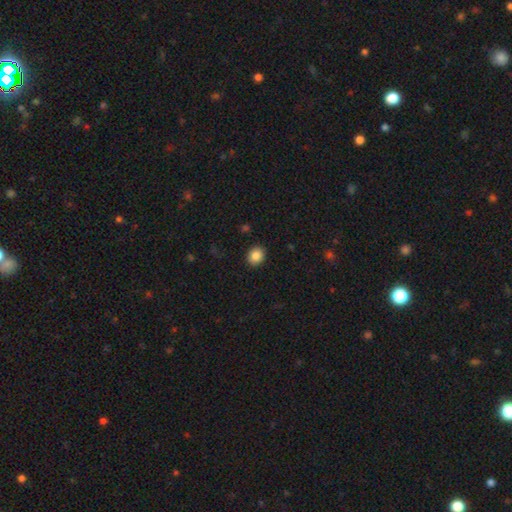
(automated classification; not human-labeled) The model was most divided on "how rounded": round: 66%, in between: 33%, cigar-shaped: 1%. More confident: merging — none (91%); smooth or featured — smooth (86%).